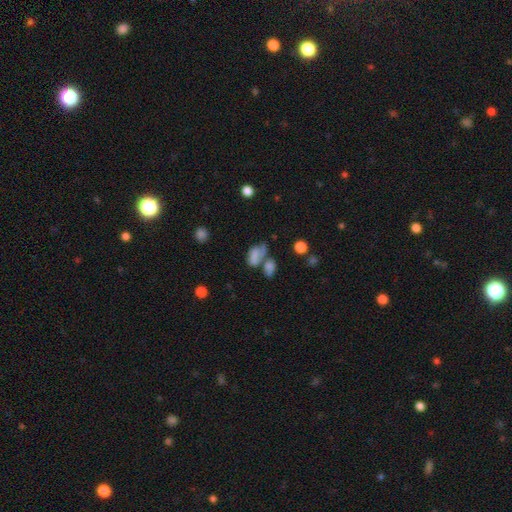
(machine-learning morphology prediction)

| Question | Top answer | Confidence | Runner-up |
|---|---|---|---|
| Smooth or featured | smooth | 66% | featured or disk (22%) |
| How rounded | in between | 85% | round (13%) |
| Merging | merger | 43% | none (22%) |